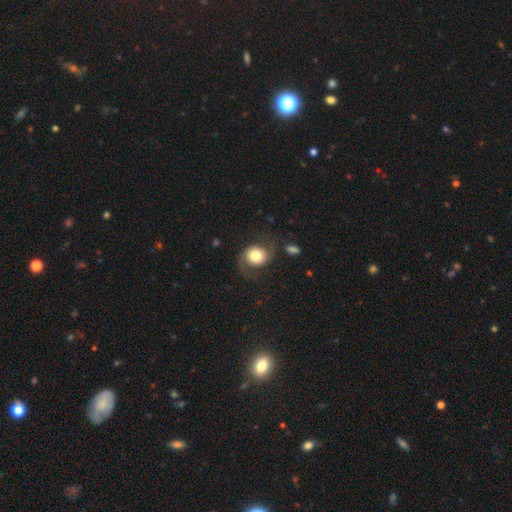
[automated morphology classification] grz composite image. It shows a smooth galaxy with no disk features (46%, tied with featured or disk). Merging: none (60%).